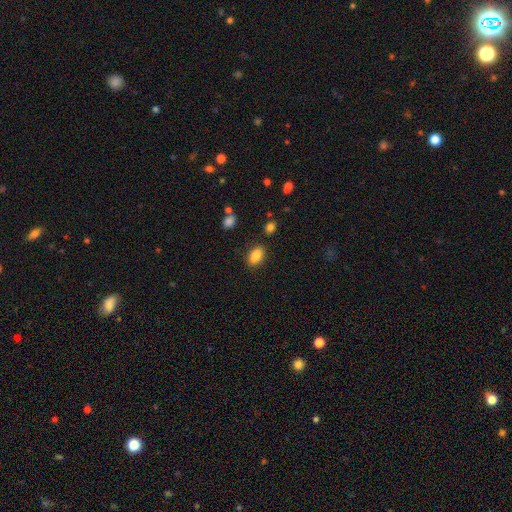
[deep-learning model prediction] smooth_or_featured: smooth (p=0.86) [alt: star or artifact p=0.08]
how_rounded: in between (p=0.89) [alt: round p=0.09]
merging: none (p=0.85) [alt: minor disturbance p=0.10]